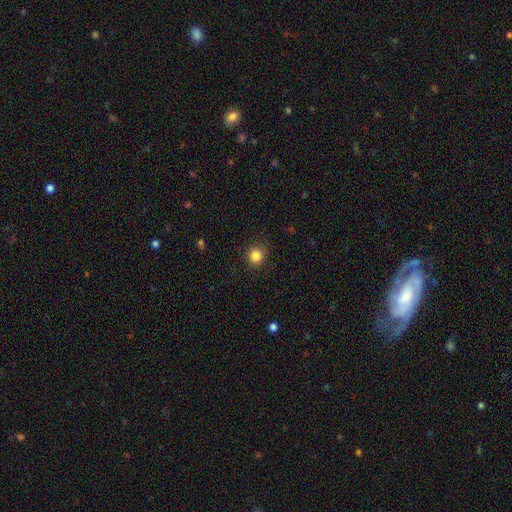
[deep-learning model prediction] smooth 84%, star or artifact 11%, featured or disk 5%. Down the decision tree: how rounded — round (86%); merging — none (85%).